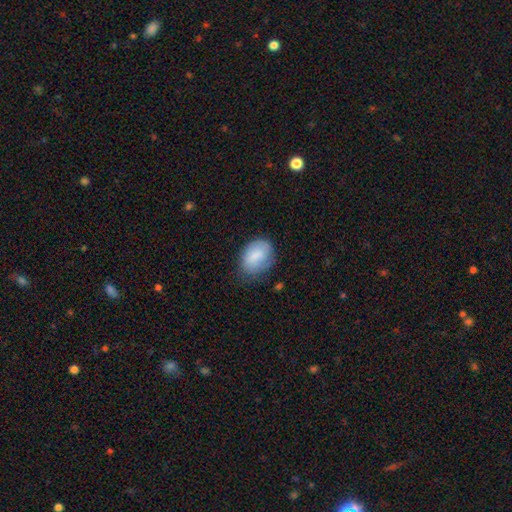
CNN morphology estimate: smooth-or-featured: smooth: 78% | featured or disk: 16% | star or artifact: 7%
  how-rounded: in between: 72% | round: 27% | cigar-shaped: 1%
  merging: none: 58% | minor disturbance: 30% | major disturbance: 10% | merger: 2%